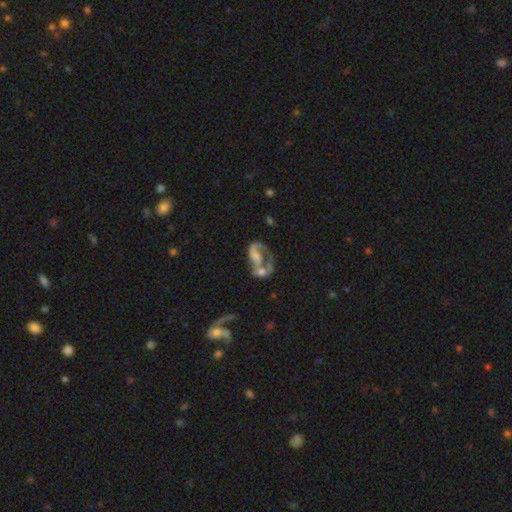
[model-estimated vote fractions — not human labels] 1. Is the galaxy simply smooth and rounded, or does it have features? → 70% featured or disk, 20% smooth, 9% star or artifact.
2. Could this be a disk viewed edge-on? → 98% no, 2% yes.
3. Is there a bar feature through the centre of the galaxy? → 65% no, 26% weak, 9% strong.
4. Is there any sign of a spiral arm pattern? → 70% yes, 30% no.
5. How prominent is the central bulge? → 38% none, 27% small, 25% moderate, 7% large, 2% dominant.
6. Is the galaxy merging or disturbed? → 45% merger, 27% major disturbance, 17% none, 10% minor disturbance.